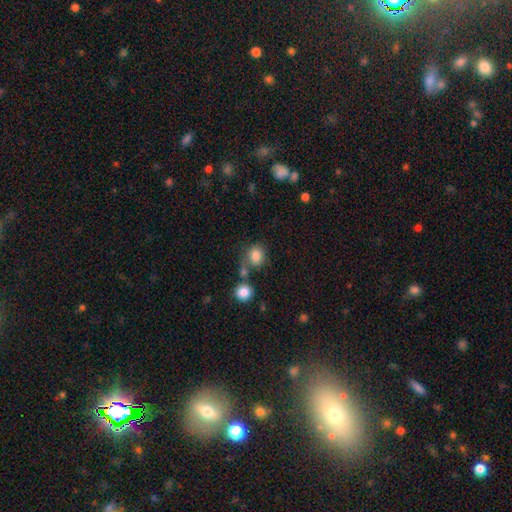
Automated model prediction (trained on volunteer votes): Smooth or featured?
  - smooth: 82% *
  - star or artifact: 10%
  - featured or disk: 7%
How rounded?
  - round: 73% *
  - in between: 26%
  - cigar-shaped: 1%
Merging?
  - none: 59% *
  - merger: 22%
  - minor disturbance: 13%
  - major disturbance: 5%